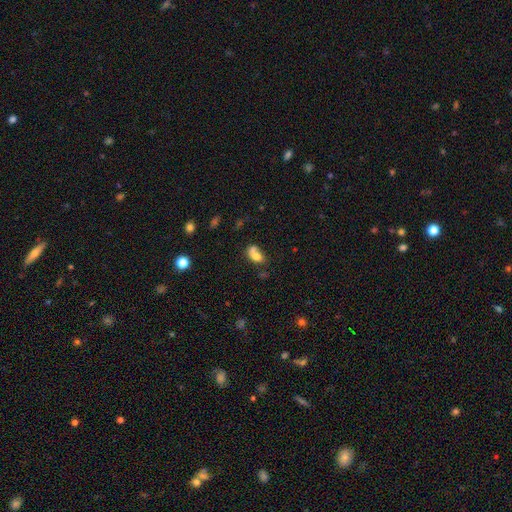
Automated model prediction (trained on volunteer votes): Morphology: type=smooth (71%); roundness=in between (69%); merging=merger (52%).